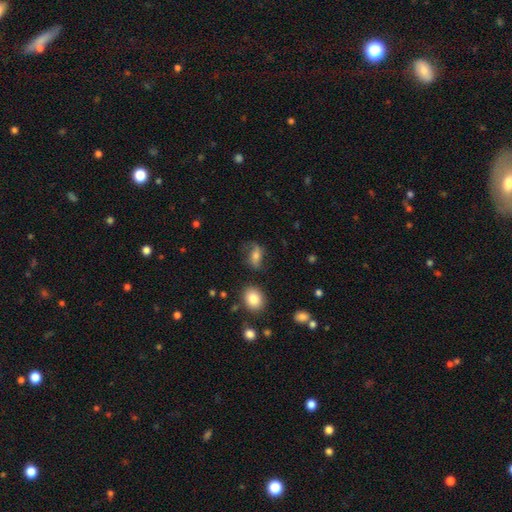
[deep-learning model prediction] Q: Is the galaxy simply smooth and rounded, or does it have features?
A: smooth — 52%.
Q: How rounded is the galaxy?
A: in between — 71%.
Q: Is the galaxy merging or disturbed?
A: none — 62%.